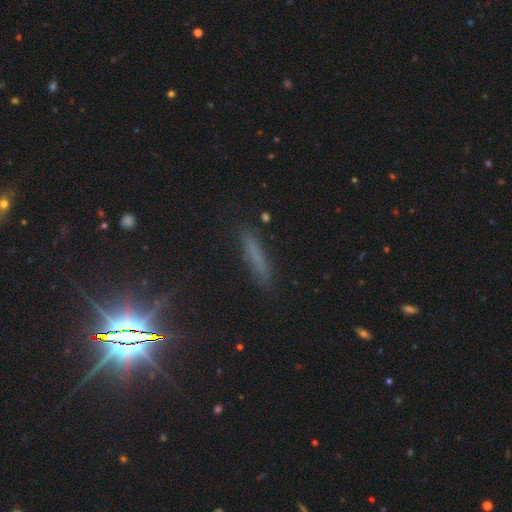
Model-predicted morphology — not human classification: The model was most divided on "smooth or featured": smooth: 52%, star or artifact: 28%, featured or disk: 21%. More confident: how rounded — cigar-shaped (89%); merging — none (83%).